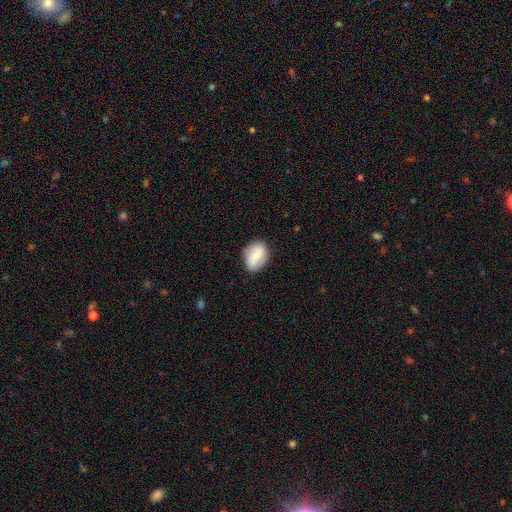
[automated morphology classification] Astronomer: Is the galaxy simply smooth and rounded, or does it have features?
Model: smooth — 70%.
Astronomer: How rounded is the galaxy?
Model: in between — 70%.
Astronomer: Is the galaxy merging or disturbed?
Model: none — 78%.